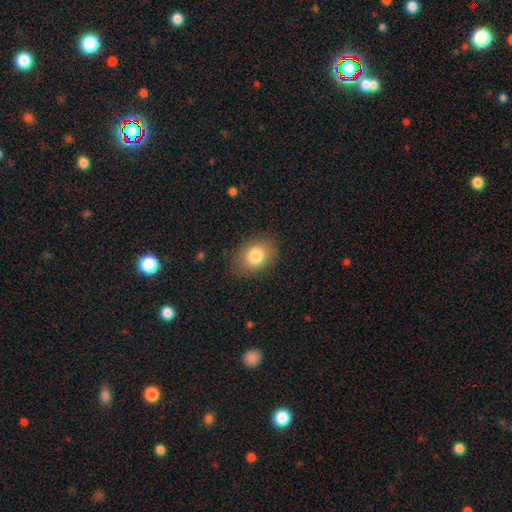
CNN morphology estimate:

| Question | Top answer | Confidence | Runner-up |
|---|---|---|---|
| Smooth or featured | smooth | 82% | featured or disk (9%) |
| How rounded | in between | 64% | round (35%) |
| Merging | none | 84% | minor disturbance (11%) |